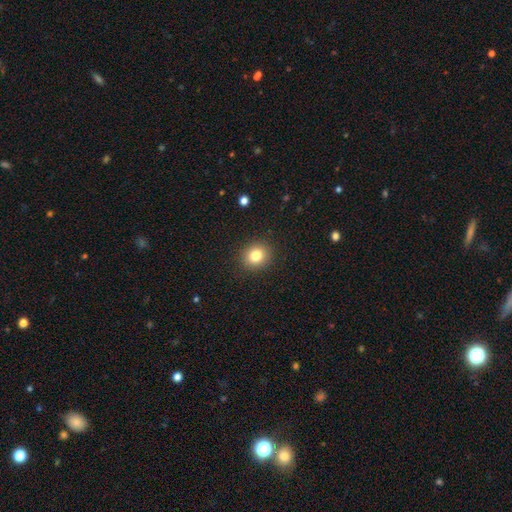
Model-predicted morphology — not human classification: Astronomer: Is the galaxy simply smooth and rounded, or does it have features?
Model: smooth — 82%.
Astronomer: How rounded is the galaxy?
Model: round — 75%.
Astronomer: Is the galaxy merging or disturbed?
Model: none — 90%.